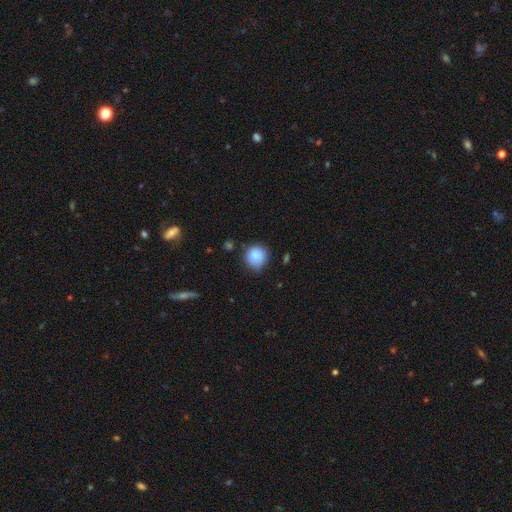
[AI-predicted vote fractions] The model was most divided on "merging": none: 73%, minor disturbance: 20%, major disturbance: 4%, merger: 3%. More confident: how rounded — round (89%); smooth or featured — smooth (86%).